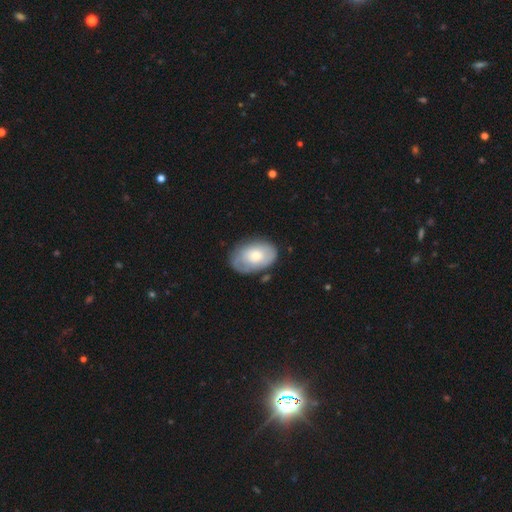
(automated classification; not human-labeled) Smooth or featured?
  - smooth: 57% *
  - featured or disk: 38%
  - star or artifact: 6%
How rounded?
  - in between: 85% *
  - round: 14%
  - cigar-shaped: 1%
Merging?
  - none: 68% *
  - minor disturbance: 22%
  - major disturbance: 7%
  - merger: 3%